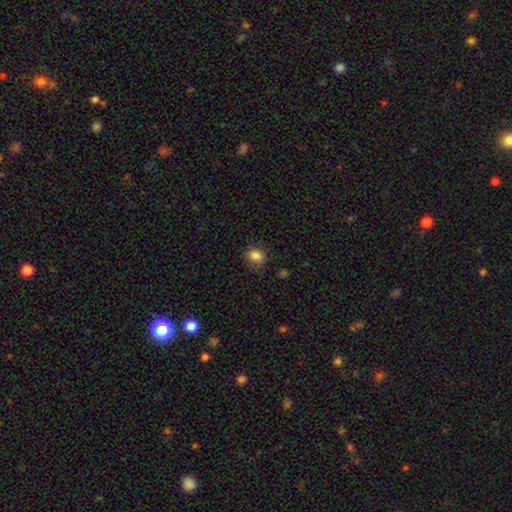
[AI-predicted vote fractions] smooth 85%, star or artifact 10%, featured or disk 5%. Down the decision tree: how rounded — in between (51%); merging — none (80%).